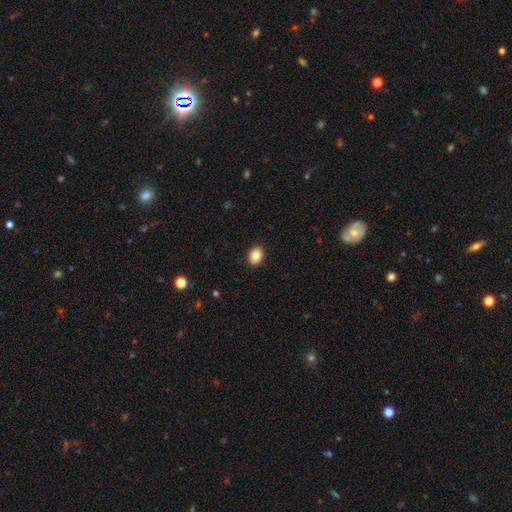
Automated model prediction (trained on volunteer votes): Q: Smooth or featured?
A: smooth (86%); runner-up: star or artifact (9%)
Q: How rounded?
A: in between (63%); runner-up: round (36%)
Q: Merging?
A: none (91%); runner-up: minor disturbance (7%)